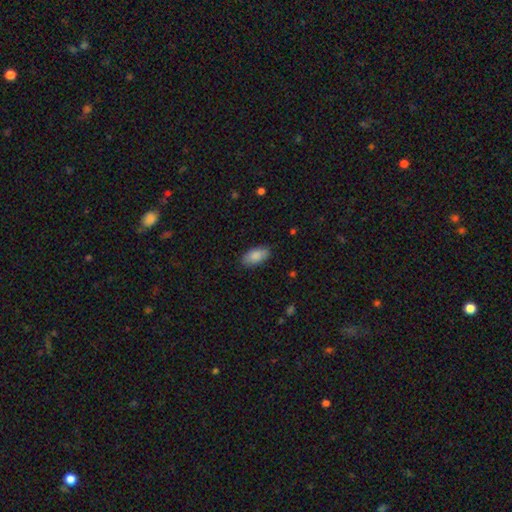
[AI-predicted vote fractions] This is clearly a smooth galaxy (86%). How rounded: clearly in between (93%). Merging: clearly none (83%).